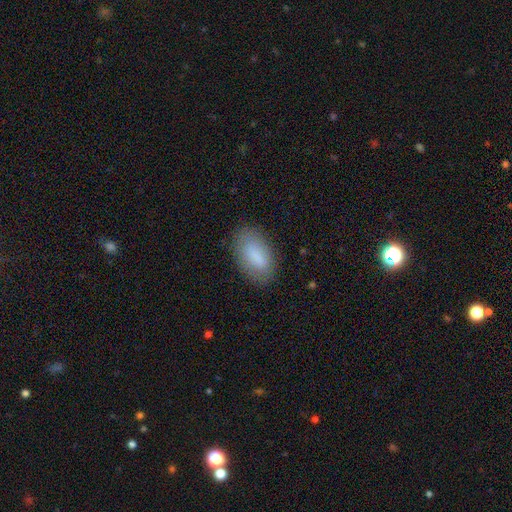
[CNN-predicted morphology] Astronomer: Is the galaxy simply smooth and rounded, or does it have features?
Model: smooth — 81%.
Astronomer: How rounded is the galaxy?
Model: in between — 92%.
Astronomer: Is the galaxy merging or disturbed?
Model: none — 82%.